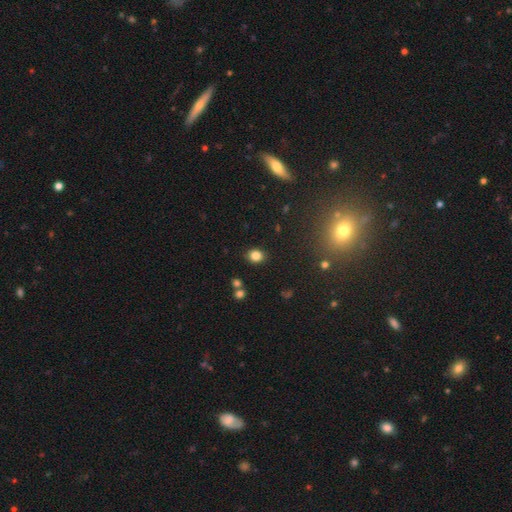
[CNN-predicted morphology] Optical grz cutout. It shows a smooth galaxy with no disk features (82%) that is round (61%). Merging: none (87%).